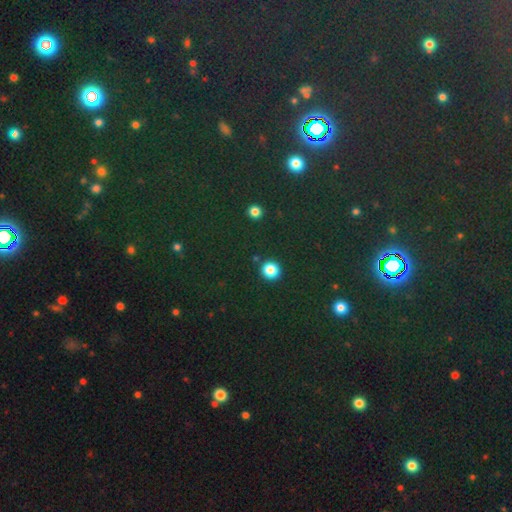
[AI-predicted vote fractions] star or artifact 71%, smooth 21%, featured or disk 8%.